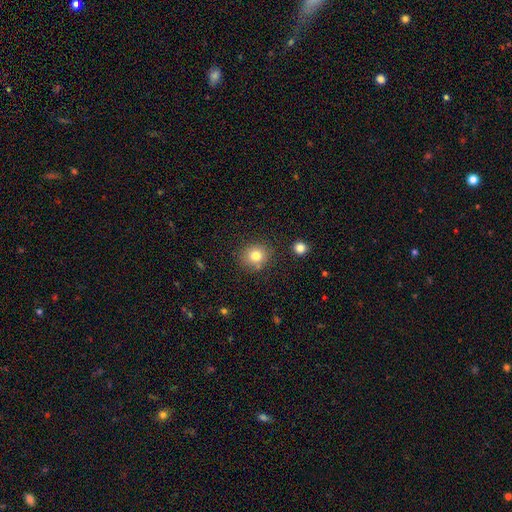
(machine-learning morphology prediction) This is likely a smooth galaxy (79%). How rounded: clearly round (81%). Merging: clearly none (82%).